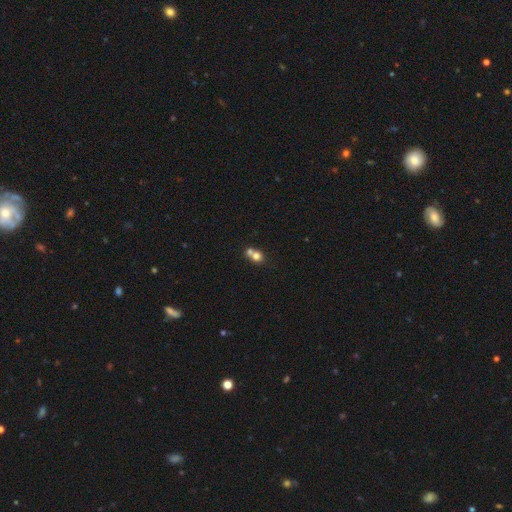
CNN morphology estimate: Overall: smooth (74%). How rounded: round (72%). Merging: merger (59%; none 32%).